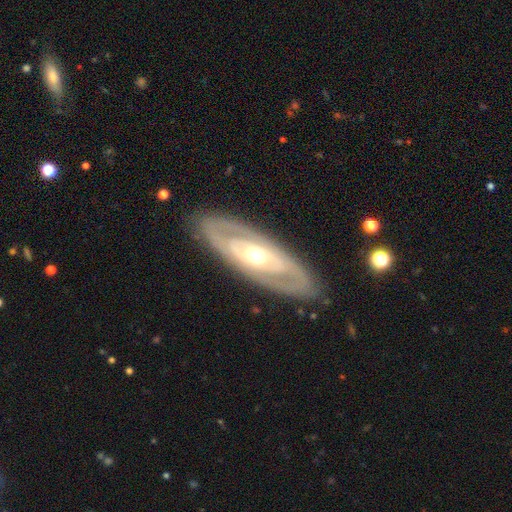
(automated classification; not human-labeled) smooth_or_featured: featured or disk (p=0.75) [alt: smooth p=0.21]
disk_edge_on: no (p=0.82) [alt: yes p=0.18]
bar: no (p=0.73) [alt: weak p=0.17]
has_spiral_arms: no (p=0.63) [alt: yes p=0.37]
bulge_size: moderate (p=0.70) [alt: small p=0.17]
merging: none (p=0.85) [alt: minor disturbance p=0.10]